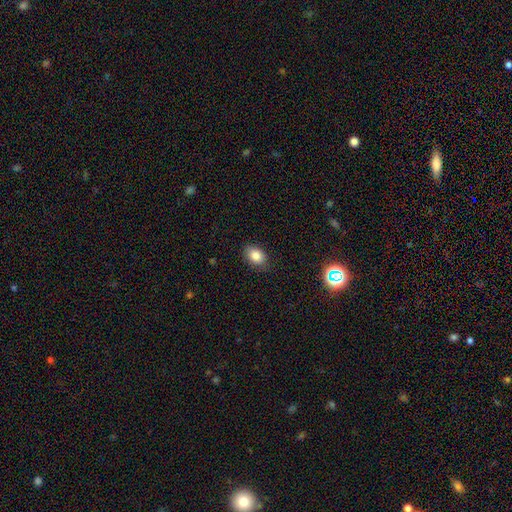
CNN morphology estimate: The model was most divided on "how rounded": in between: 74%, round: 25%, cigar-shaped: 1%. More confident: smooth or featured — smooth (84%); merging — none (83%).